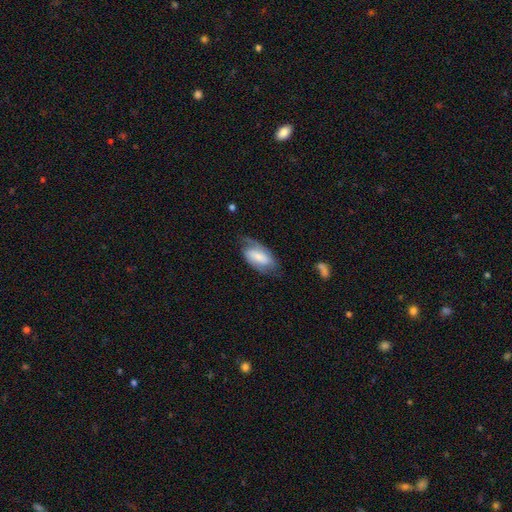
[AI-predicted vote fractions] Overall: featured or disk (58%; smooth 35%). Edge-on disk: no (93%). Bar: weak (39%; strong 34%). Spiral arms: yes (85%). Bulge size: small (41%; moderate 35%). Merging: none (62%; minor disturbance 24%).